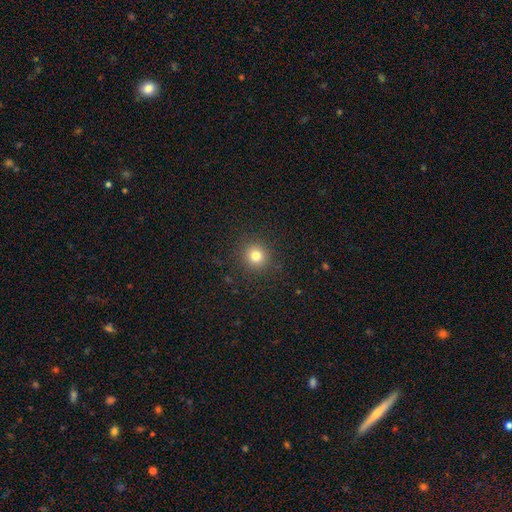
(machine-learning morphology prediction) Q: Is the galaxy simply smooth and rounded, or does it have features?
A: smooth — 79%.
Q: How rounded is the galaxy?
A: round — 91%.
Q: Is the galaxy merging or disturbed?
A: none — 90%.